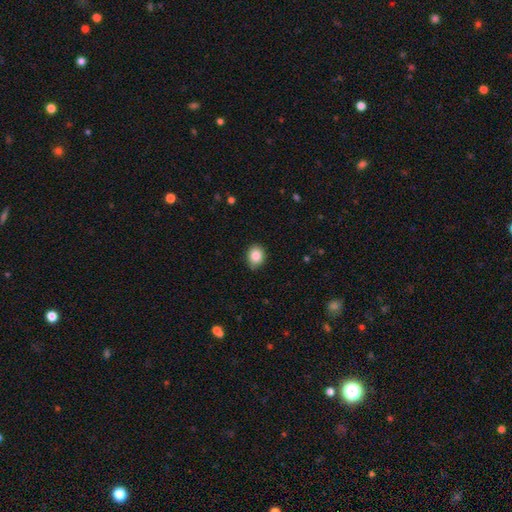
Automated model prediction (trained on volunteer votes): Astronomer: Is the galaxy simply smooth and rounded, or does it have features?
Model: smooth — 85%.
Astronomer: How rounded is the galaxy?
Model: round — 52% (runner-up: in between, 47%).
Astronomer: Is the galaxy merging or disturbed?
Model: none — 80%.